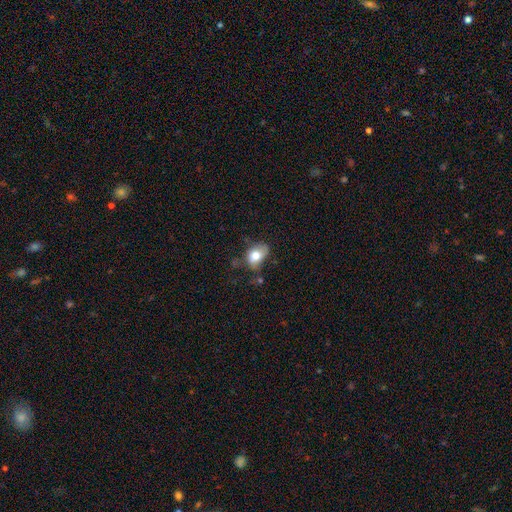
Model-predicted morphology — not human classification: Smooth or featured? smooth (74%)
How rounded? in between (78%)
Merging? none (44%)